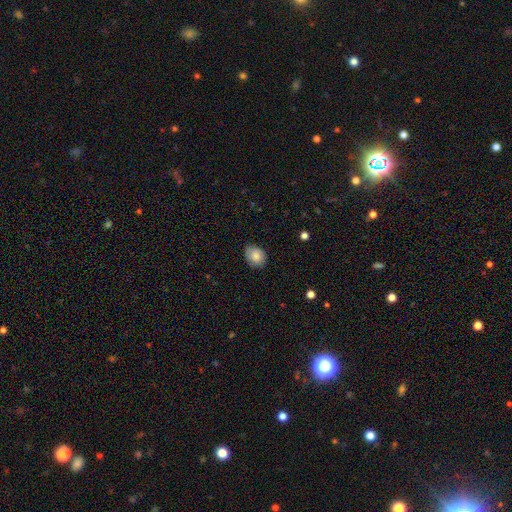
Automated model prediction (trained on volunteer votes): Q: Smooth or featured?
A: smooth (84%); runner-up: featured or disk (9%)
Q: How rounded?
A: in between (62%); runner-up: round (37%)
Q: Merging?
A: none (82%); runner-up: minor disturbance (15%)